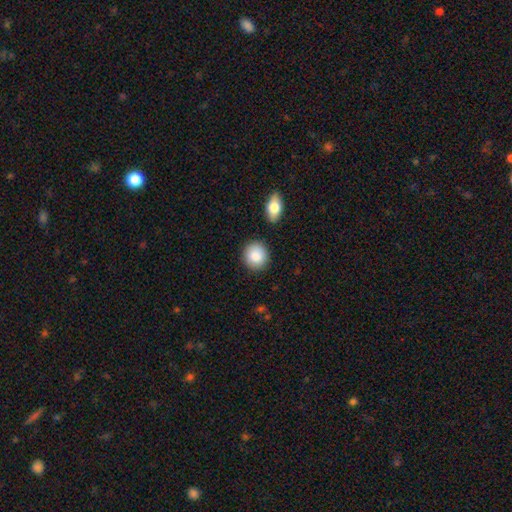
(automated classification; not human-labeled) smooth_or_featured: smooth (p=0.87) [alt: star or artifact p=0.07]
how_rounded: round (p=0.85) [alt: in between p=0.13]
merging: none (p=0.85) [alt: minor disturbance p=0.08]